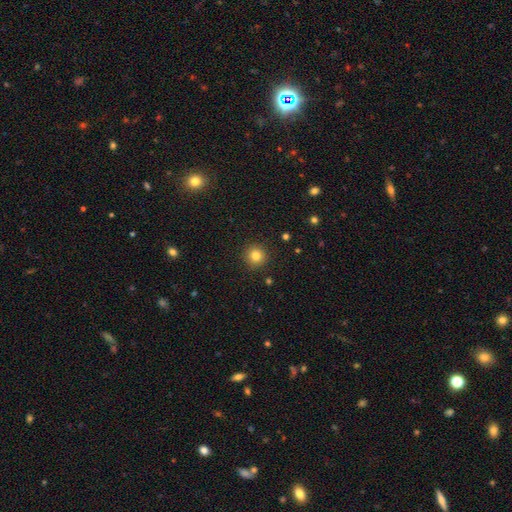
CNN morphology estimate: Smooth or featured? Predicted: smooth (p=0.82). How rounded? Predicted: round (p=0.95). Merging? Predicted: none (p=0.92).